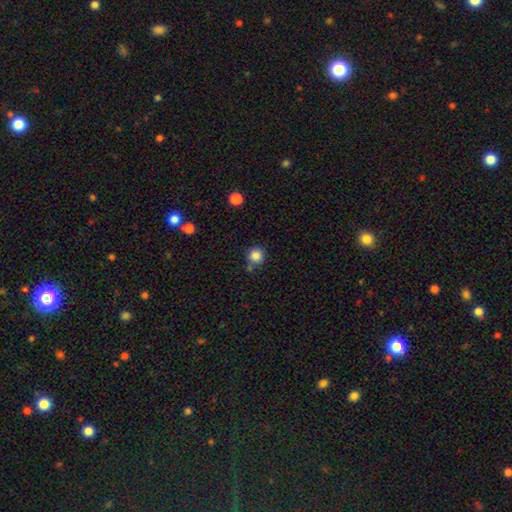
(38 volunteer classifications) Smooth or featured? smooth (87%)
How rounded? round (97%)
Merging? none (66%)